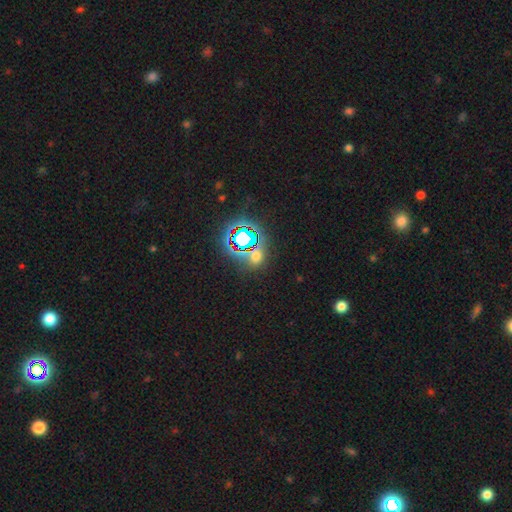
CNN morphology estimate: The model was most divided on "smooth or featured": star or artifact: 57%, smooth: 34%, featured or disk: 9%.